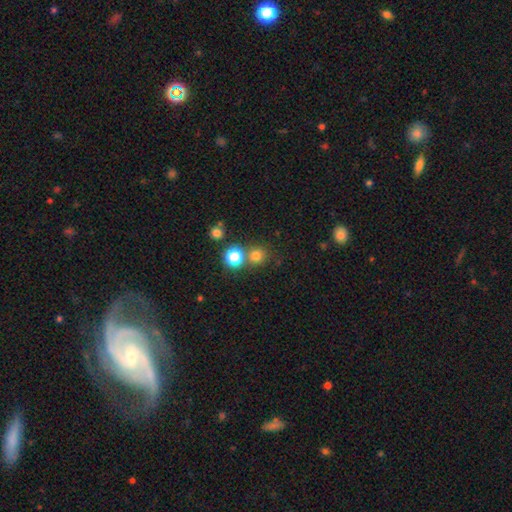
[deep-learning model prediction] Overall: smooth (75%). How rounded: round (91%). Merging: none (68%).